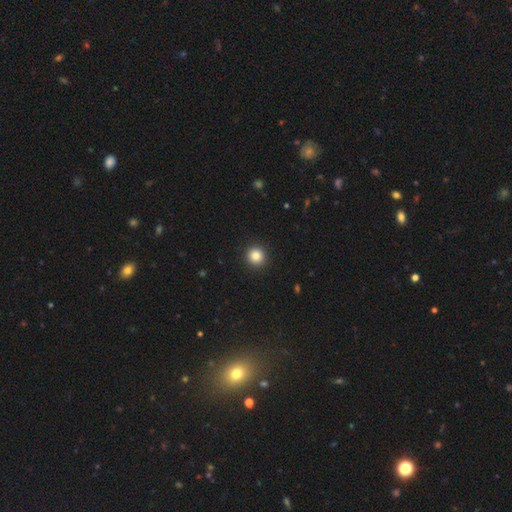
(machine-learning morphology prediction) Smooth or featured?
  - smooth: 85% *
  - star or artifact: 10%
  - featured or disk: 5%
How rounded?
  - round: 94% *
  - in between: 5%
  - cigar-shaped: 1%
Merging?
  - none: 93% *
  - minor disturbance: 4%
  - major disturbance: 2%
  - merger: 1%